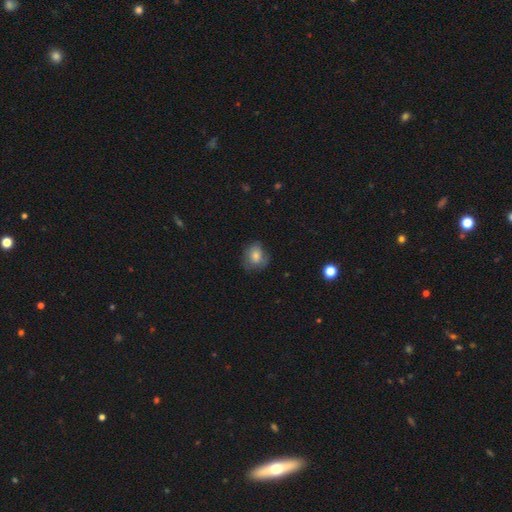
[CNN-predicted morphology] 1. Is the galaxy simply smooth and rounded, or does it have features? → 72% smooth, 19% featured or disk, 9% star or artifact.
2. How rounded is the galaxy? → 58% round, 41% in between, 1% cigar-shaped.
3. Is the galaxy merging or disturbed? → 65% none, 25% minor disturbance, 9% major disturbance, 1% merger.